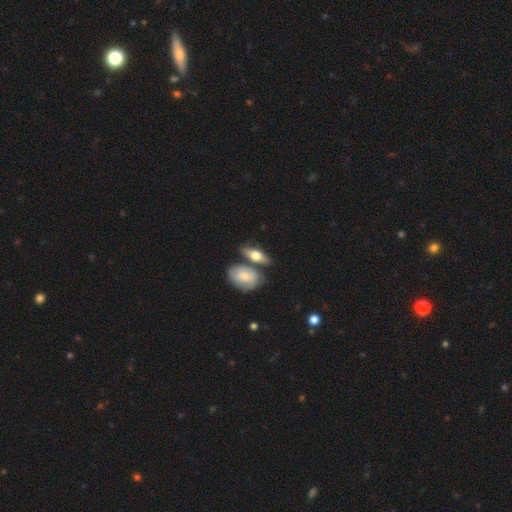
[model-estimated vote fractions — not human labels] Smooth or featured? smooth (52%)
How rounded? in between (68%)
Merging? none (63%)